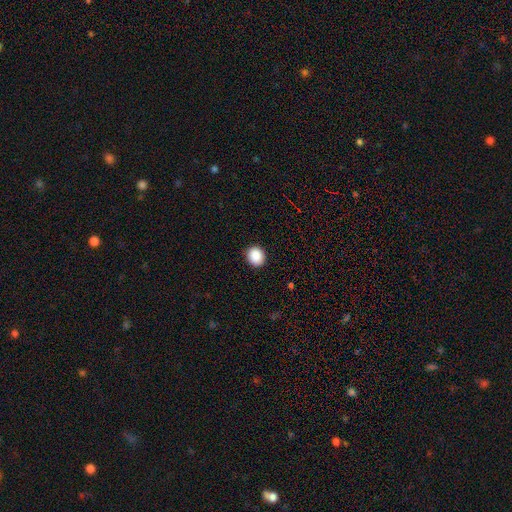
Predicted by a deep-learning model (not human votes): smooth_or_featured: smooth (p=0.89) [alt: star or artifact p=0.08]
how_rounded: round (p=0.73) [alt: in between p=0.26]
merging: none (p=0.92) [alt: minor disturbance p=0.06]